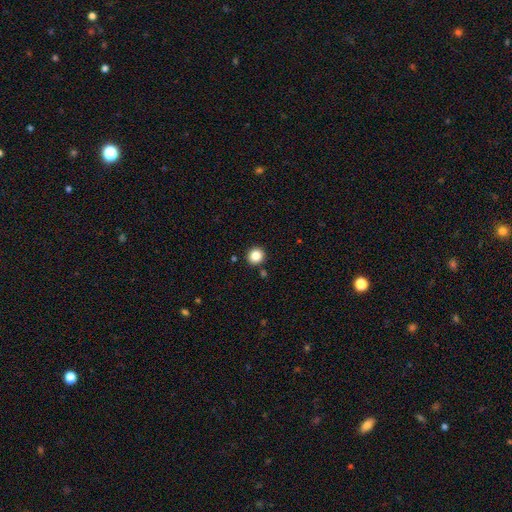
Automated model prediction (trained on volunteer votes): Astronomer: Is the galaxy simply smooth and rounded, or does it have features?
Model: smooth — 85%.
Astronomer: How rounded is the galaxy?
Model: round — 93%.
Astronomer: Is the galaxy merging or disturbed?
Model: none — 90%.